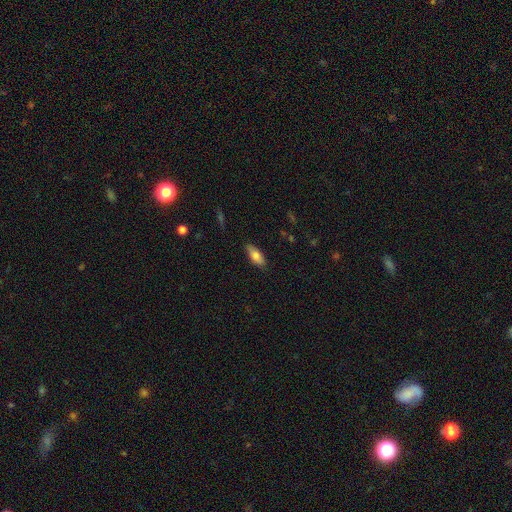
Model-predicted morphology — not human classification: Overall: smooth (77%). How rounded: in between (77%). Merging: none (84%).